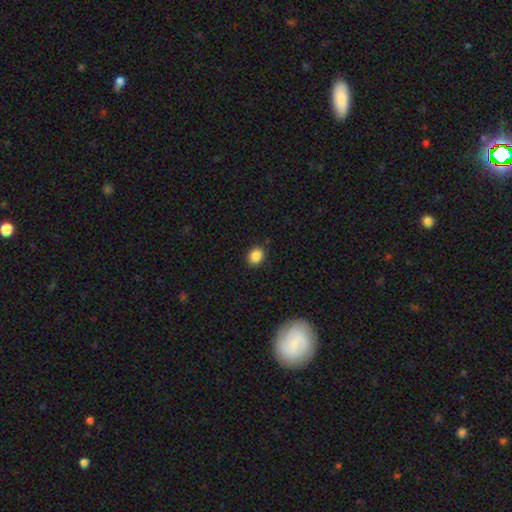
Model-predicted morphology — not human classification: This is clearly a smooth galaxy (86%). How rounded: likely round (67%). Merging: clearly none (87%).